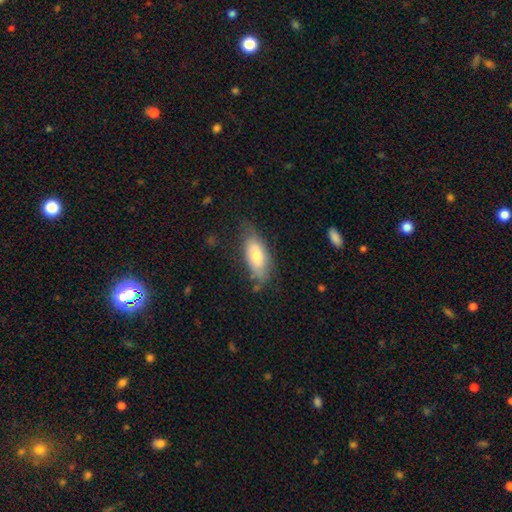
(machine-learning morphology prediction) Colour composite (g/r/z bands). It shows a smooth galaxy with no disk features (68%) that is in between round and cigar-shaped (81%). Merging: none (67%).